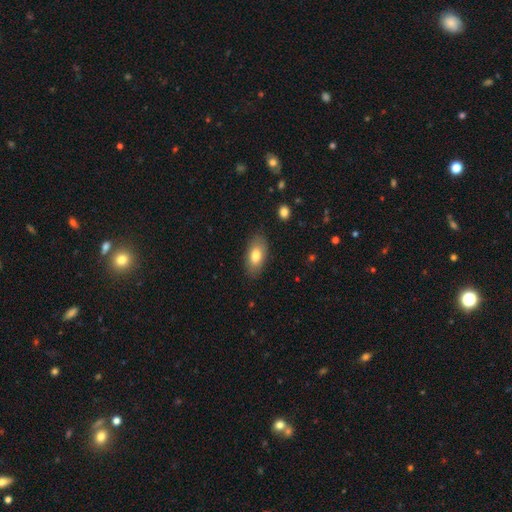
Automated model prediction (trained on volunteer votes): A smooth galaxy with no disk features (78%) that is in between round and cigar-shaped (91%).

Vote fractions:
- Smooth or featured? smooth: 78% / featured or disk: 15% / star or artifact: 7%
- How rounded? in between: 91% / cigar-shaped: 6% / round: 4%
- Merging? none: 85% / minor disturbance: 11% / major disturbance: 3% / merger: 1%